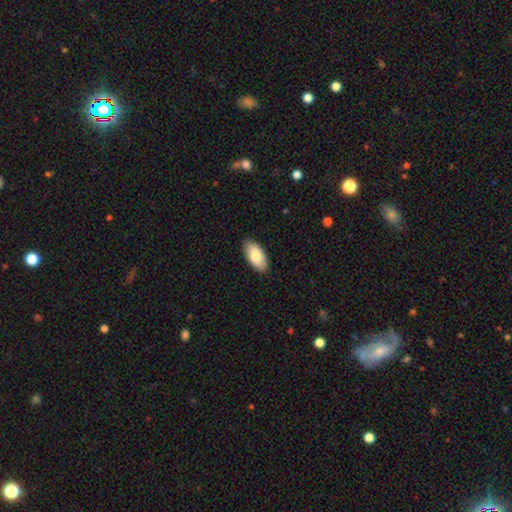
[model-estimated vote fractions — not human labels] This appears to be a smooth galaxy with no disk features (84%) that is in between round and cigar-shaped (94%). Merging: none (88%).